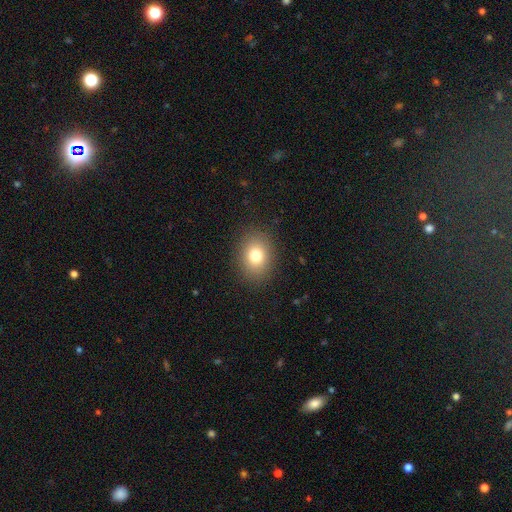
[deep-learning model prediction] Overall: smooth (79%). How rounded: in between (54%; round 45%). Merging: none (88%).